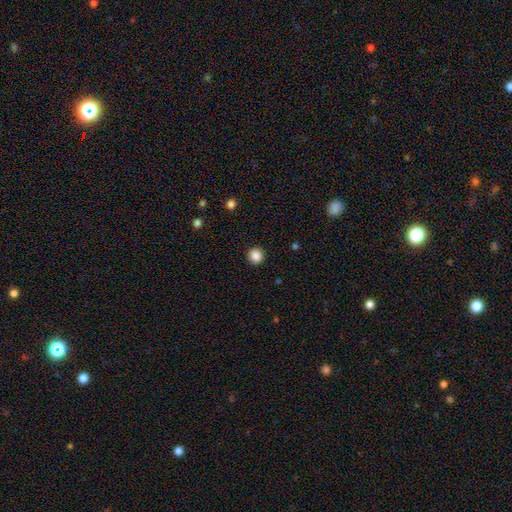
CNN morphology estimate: The model was most divided on "smooth or featured": smooth: 86%, star or artifact: 10%, featured or disk: 4%. More confident: how rounded — round (94%); merging — none (93%).